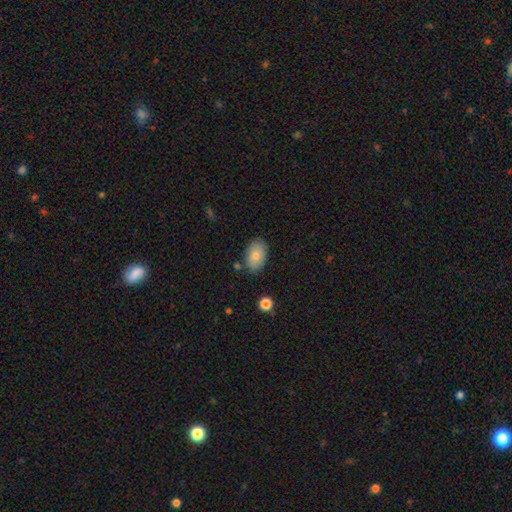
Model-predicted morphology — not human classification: Smooth or featured: smooth — 82% (featured or disk — 11%)
How rounded: in between — 91% (round — 8%)
Merging: none — 81% (minor disturbance — 13%)